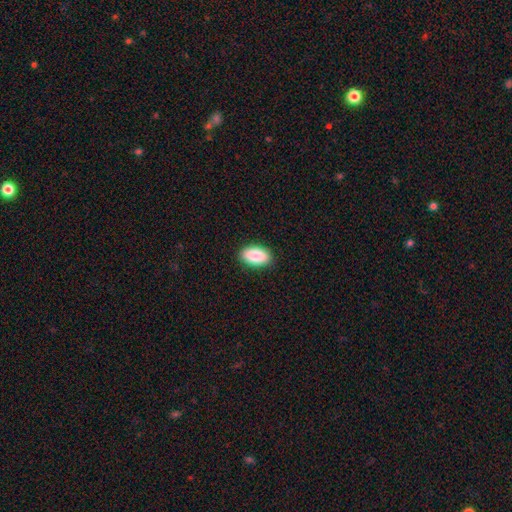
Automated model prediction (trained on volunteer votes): smooth 89%, star or artifact 7%, featured or disk 5%. Down the decision tree: how rounded — in between (94%); merging — none (90%).